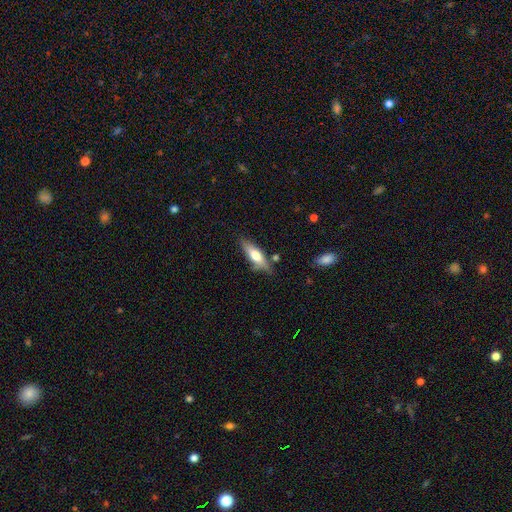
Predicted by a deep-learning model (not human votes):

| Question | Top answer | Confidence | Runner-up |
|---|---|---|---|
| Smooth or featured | smooth | 57% | featured or disk (37%) |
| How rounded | cigar-shaped | 56% | in between (42%) |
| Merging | none | 69% | minor disturbance (20%) |